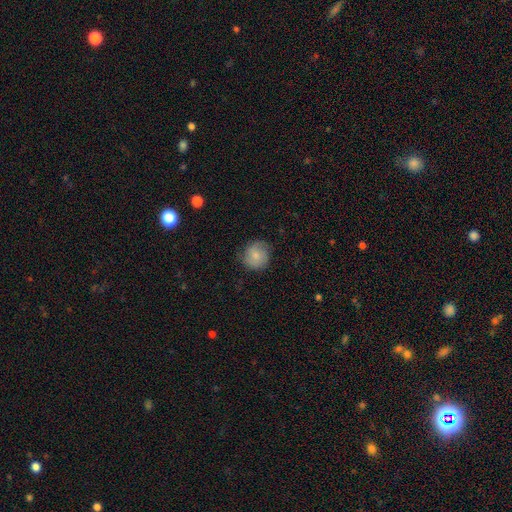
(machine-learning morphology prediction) Q: Smooth or featured?
A: smooth (65%); runner-up: featured or disk (28%)
Q: How rounded?
A: round (87%); runner-up: in between (12%)
Q: Merging?
A: none (76%); runner-up: minor disturbance (18%)